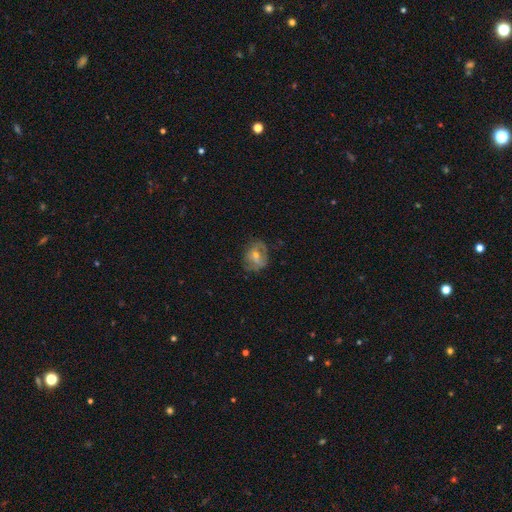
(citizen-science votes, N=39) featured or disk 54%, smooth 41%, star or artifact 5%. Down the decision tree: edge-on disk — no (95%); bar — no (60%); spiral arms — yes (50%, tied with no); spiral arm count — can't tell (50%); spiral winding — medium (60%); bulge size — moderate (65%); merging — none (54%).